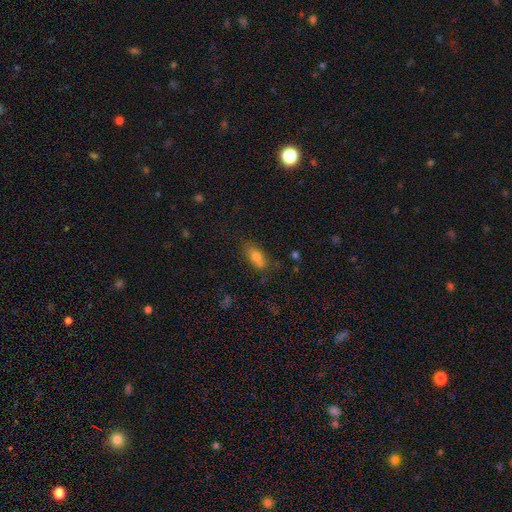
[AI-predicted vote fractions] Smooth or featured? Predicted: smooth (p=0.74). How rounded? Predicted: in between (p=0.82). Merging? Predicted: none (p=0.56).